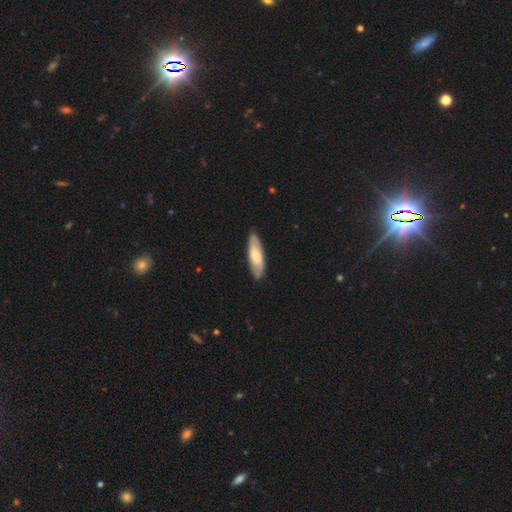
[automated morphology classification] The model was most divided on "how rounded": cigar-shaped: 50%, in between: 49%, round: 2%. More confident: merging — none (86%); smooth or featured — smooth (61%).